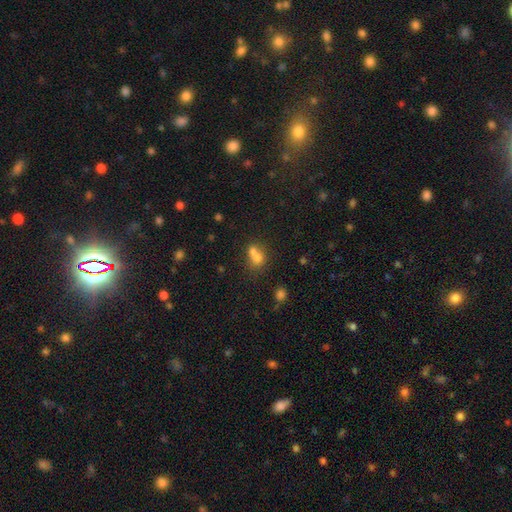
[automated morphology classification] Q: Smooth or featured?
A: smooth (70%); runner-up: featured or disk (16%)
Q: How rounded?
A: round (56%); runner-up: in between (42%)
Q: Merging?
A: merger (63%); runner-up: none (26%)